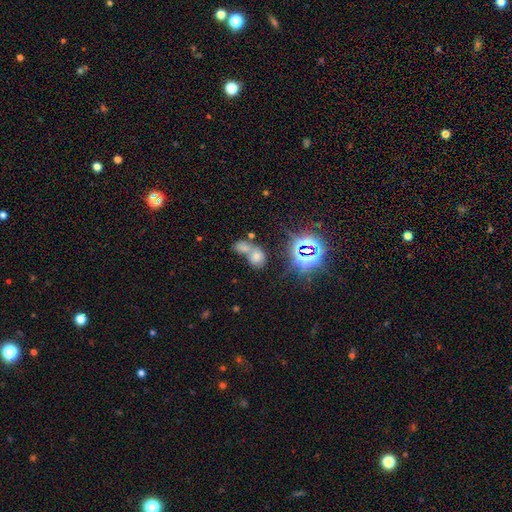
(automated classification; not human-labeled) smooth_or_featured: smooth (p=0.59) [alt: star or artifact p=0.27]
how_rounded: in between (p=0.54) [alt: round p=0.43]
merging: merger (p=0.66) [alt: none p=0.23]